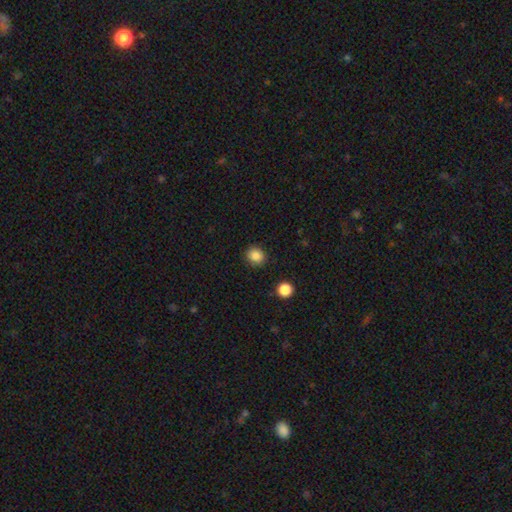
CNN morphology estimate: Smooth or featured: smooth — 86% (star or artifact — 10%)
How rounded: round — 76% (in between — 23%)
Merging: none — 89% (minor disturbance — 7%)